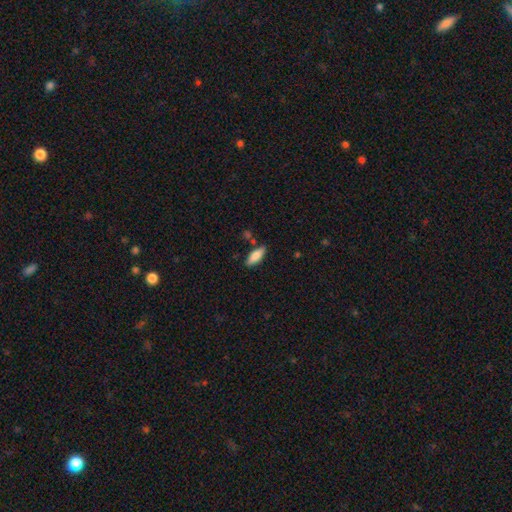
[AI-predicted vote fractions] smooth-or-featured: smooth: 82% | featured or disk: 12% | star or artifact: 6%
  how-rounded: in between: 68% | cigar-shaped: 30% | round: 2%
  merging: none: 80% | minor disturbance: 13% | merger: 4% | major disturbance: 3%